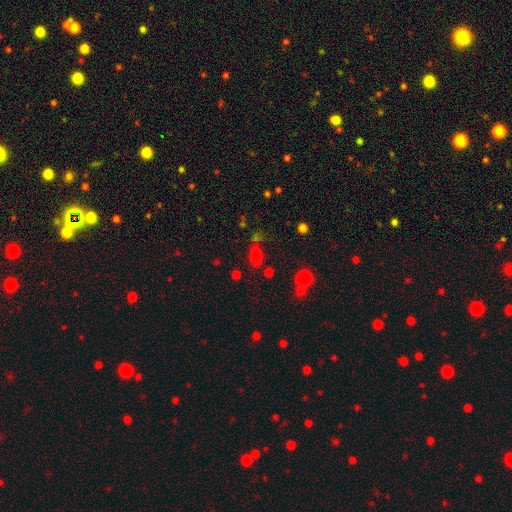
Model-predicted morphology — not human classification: This is likely a smooth galaxy (73%). How rounded: likely in between (78%). Merging: likely none (64%).